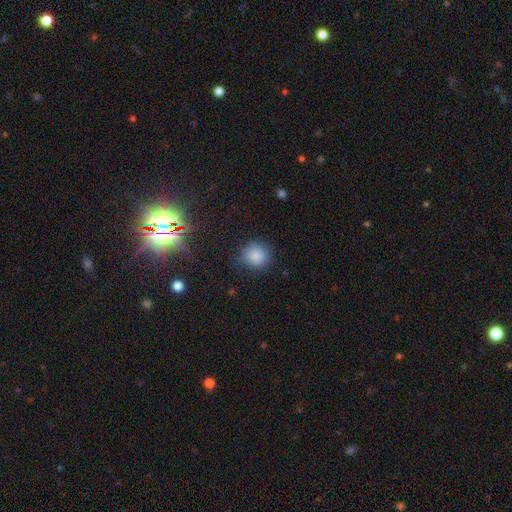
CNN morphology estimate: A smooth galaxy with no disk features (84%) that is round (88%).

Vote fractions:
- Smooth or featured? smooth: 84% / star or artifact: 11% / featured or disk: 5%
- How rounded? round: 88% / in between: 11% / cigar-shaped: 1%
- Merging? none: 77% / minor disturbance: 17% / major disturbance: 5% / merger: 1%